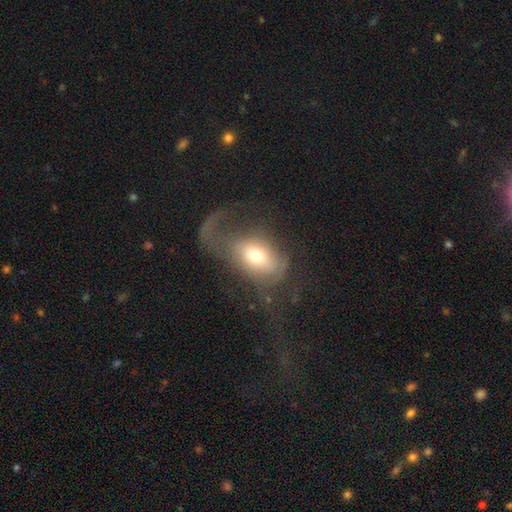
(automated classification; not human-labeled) This appears to be a smooth galaxy with no disk features (53%) that is in between round and cigar-shaped (74%). Merging: major disturbance (62%).